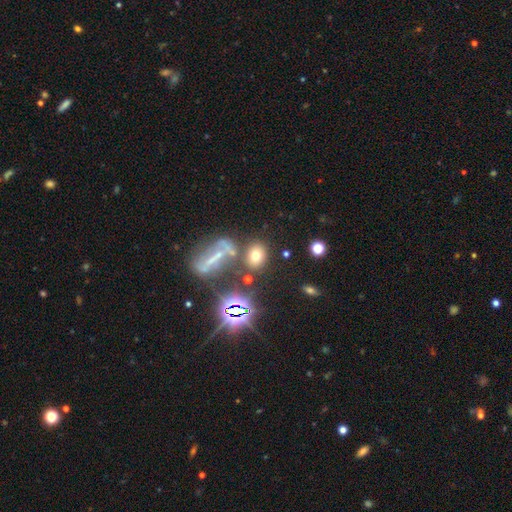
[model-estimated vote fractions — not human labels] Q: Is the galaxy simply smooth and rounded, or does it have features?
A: smooth — 63%.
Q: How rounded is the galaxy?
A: in between — 57%.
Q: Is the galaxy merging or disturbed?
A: none — 71%.